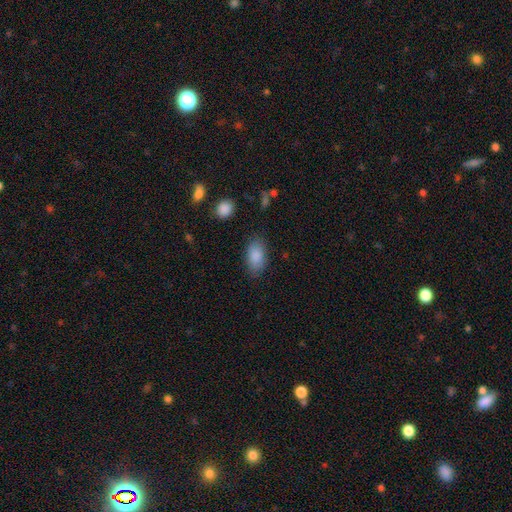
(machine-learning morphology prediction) This is clearly a smooth galaxy (87%). How rounded: clearly in between (92%). Merging: clearly none (81%).